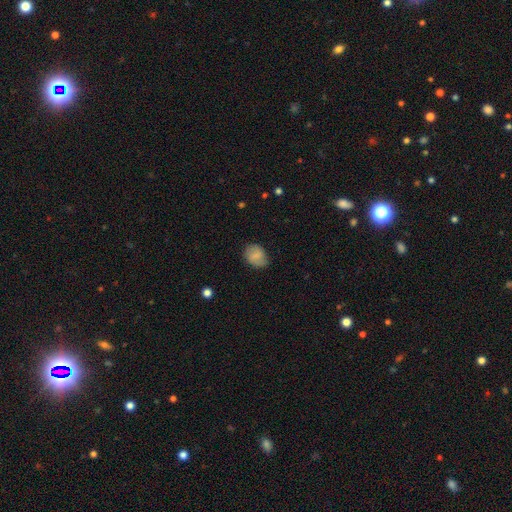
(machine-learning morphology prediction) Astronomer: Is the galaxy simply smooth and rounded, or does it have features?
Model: smooth — 71%.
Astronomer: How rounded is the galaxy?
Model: in between — 65%.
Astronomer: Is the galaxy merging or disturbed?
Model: none — 75%.